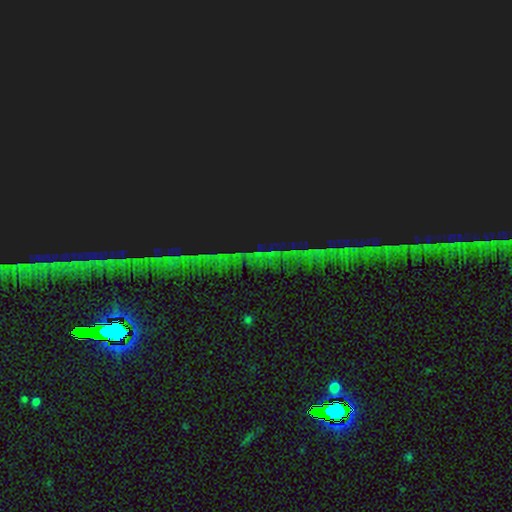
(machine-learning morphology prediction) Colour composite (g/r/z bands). It shows a star or artifact, not a galaxy (87%).